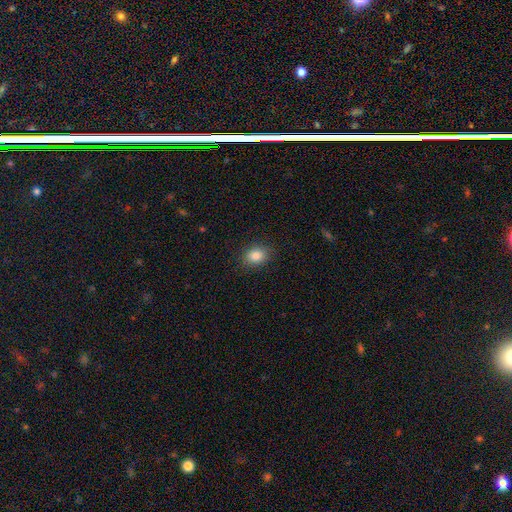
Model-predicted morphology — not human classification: Smooth or featured? Predicted: smooth (p=0.85). How rounded? Predicted: in between (p=0.55). Merging? Predicted: none (p=0.87).